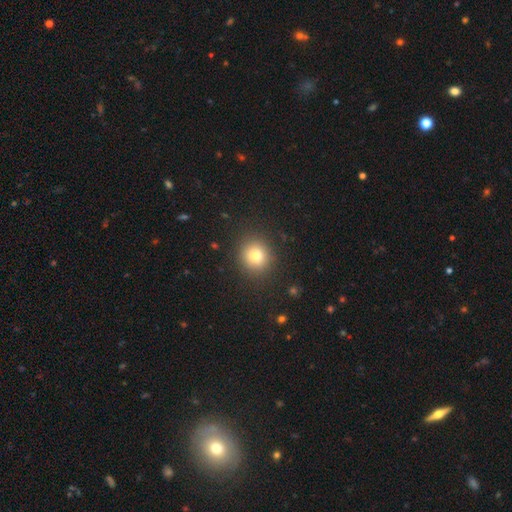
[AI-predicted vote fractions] Q: Smooth or featured?
A: smooth (80%); runner-up: star or artifact (12%)
Q: How rounded?
A: round (86%); runner-up: in between (13%)
Q: Merging?
A: none (89%); runner-up: minor disturbance (7%)